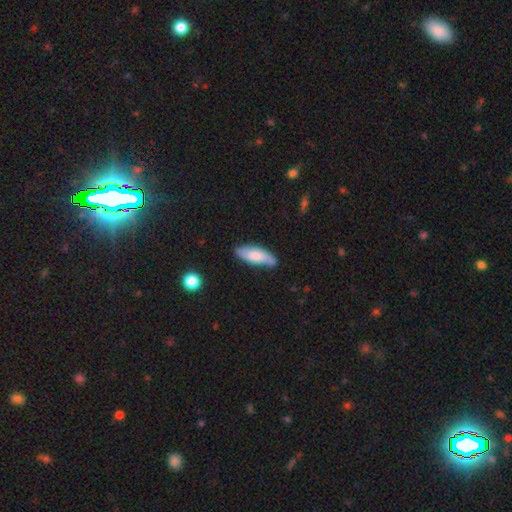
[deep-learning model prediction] Smooth or featured: smooth — 71% (featured or disk — 23%)
How rounded: in between — 65% (cigar-shaped — 33%)
Merging: none — 71% (minor disturbance — 22%)